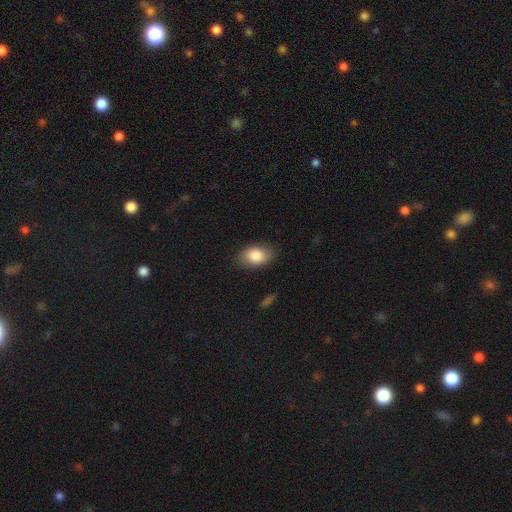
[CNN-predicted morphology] This appears to be a smooth galaxy with no disk features (84%) that is in between round and cigar-shaped (87%). Merging: none (83%).